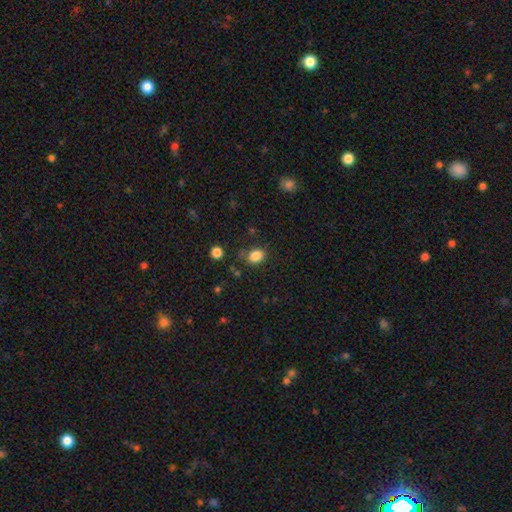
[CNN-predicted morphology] Smooth or featured? Predicted: smooth (p=0.85). How rounded? Predicted: in between (p=0.64). Merging? Predicted: none (p=0.72).